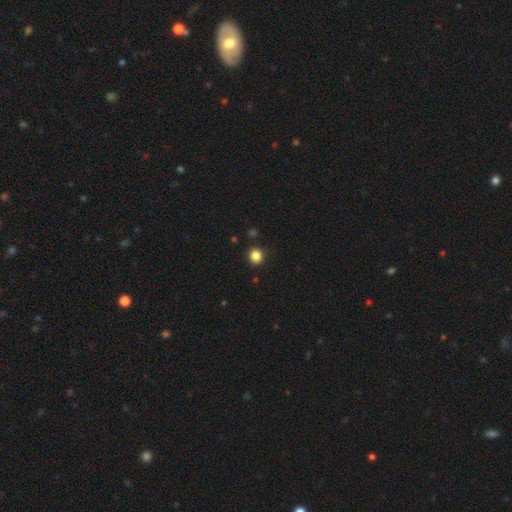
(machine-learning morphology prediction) type=smooth (85%); roundness=round (91%); merging=none (92%).